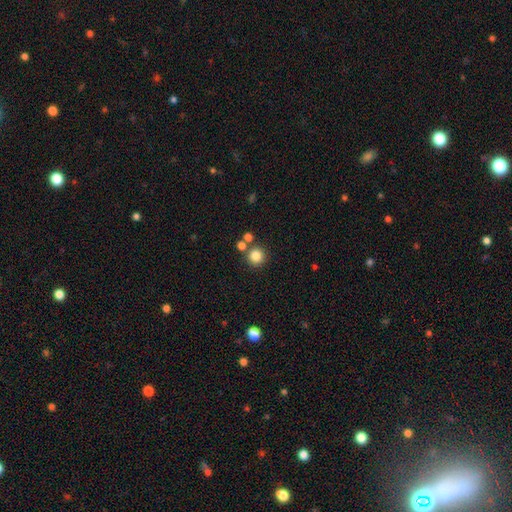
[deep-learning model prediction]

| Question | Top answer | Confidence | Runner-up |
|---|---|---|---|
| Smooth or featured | smooth | 83% | star or artifact (12%) |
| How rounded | round | 94% | in between (5%) |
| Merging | none | 78% | merger (12%) |